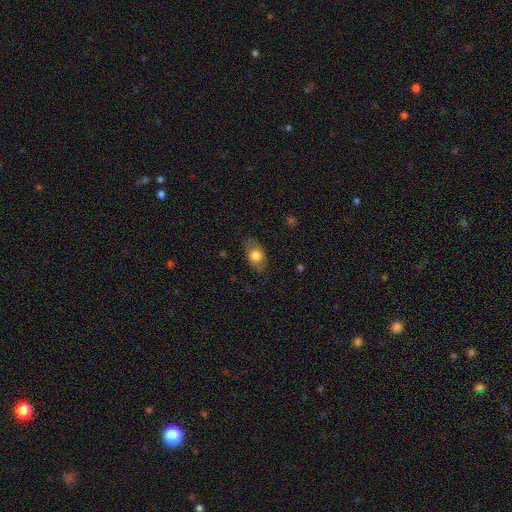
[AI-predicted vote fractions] Smooth or featured? Predicted: smooth (p=0.71). How rounded? Predicted: in between (p=0.86). Merging? Predicted: none (p=0.80).